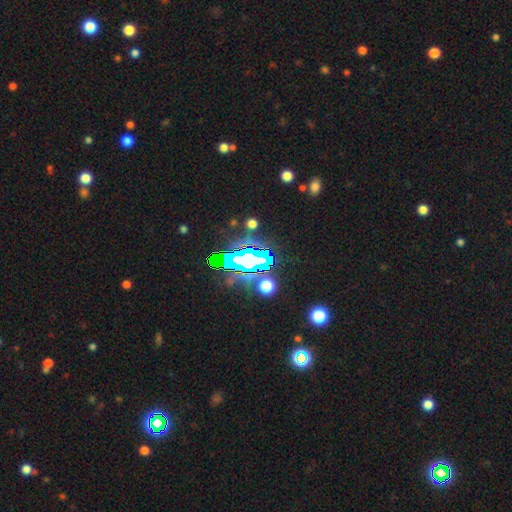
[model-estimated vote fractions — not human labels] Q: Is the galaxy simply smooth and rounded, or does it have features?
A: star or artifact — 71%.